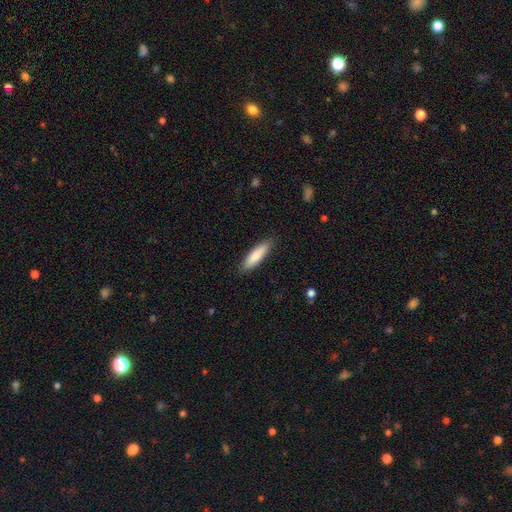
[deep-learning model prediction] A smooth galaxy with no disk features (81%) that is cigar-shaped (66%). Merging: none (88%).